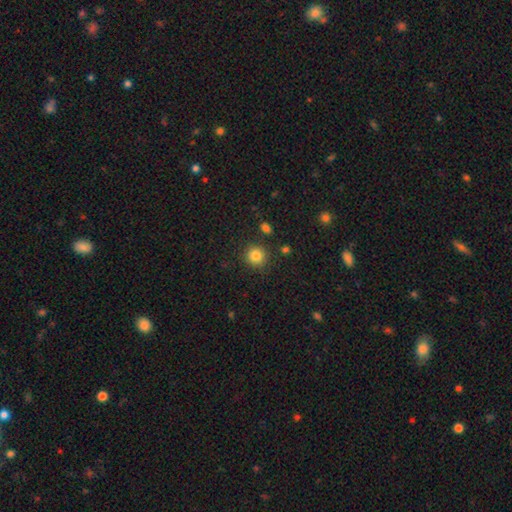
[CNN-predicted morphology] A smooth galaxy with no disk features (84%) that is round (90%). Merging: none (87%).